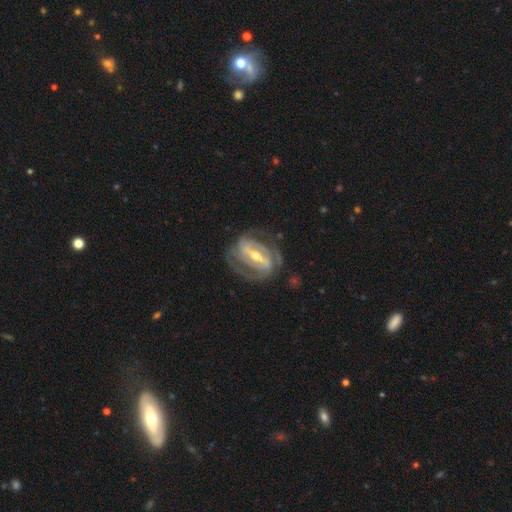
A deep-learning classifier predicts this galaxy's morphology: featured or disk 90%, smooth 6%, star or artifact 4%. Down the decision tree: edge-on disk — no (95%); bar — strong (70%); spiral arms — yes (93%); spiral arm count — 2 (69%); spiral winding — tight (52%); bulge size — moderate (59%); merging — none (71%).